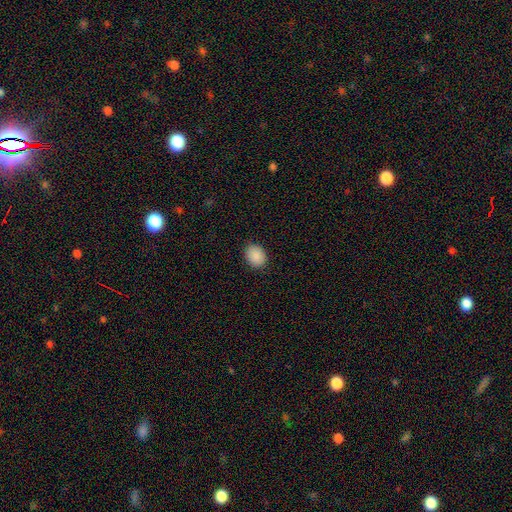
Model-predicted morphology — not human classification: Smooth or featured?
  - smooth: 90% *
  - star or artifact: 8%
  - featured or disk: 3%
How rounded?
  - in between: 55% *
  - round: 44%
  - cigar-shaped: 1%
Merging?
  - none: 89% *
  - minor disturbance: 8%
  - major disturbance: 2%
  - merger: 1%